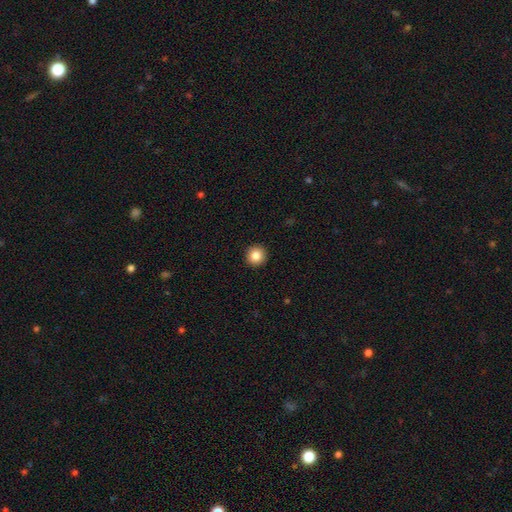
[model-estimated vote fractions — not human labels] Overall: smooth (85%). How rounded: round (95%). Merging: none (93%).